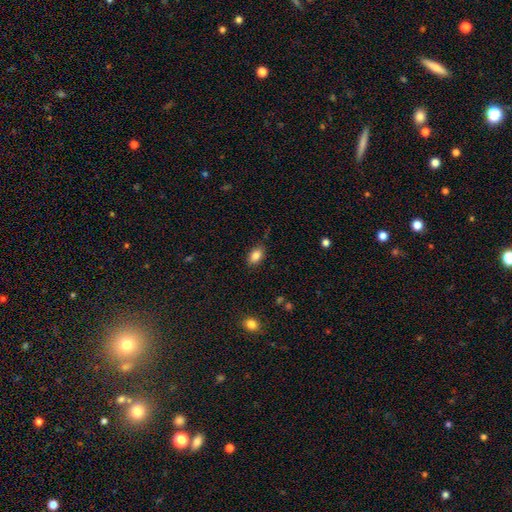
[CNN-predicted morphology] Q: Smooth or featured?
A: smooth (84%); runner-up: star or artifact (9%)
Q: How rounded?
A: in between (88%); runner-up: round (9%)
Q: Merging?
A: none (83%); runner-up: minor disturbance (13%)